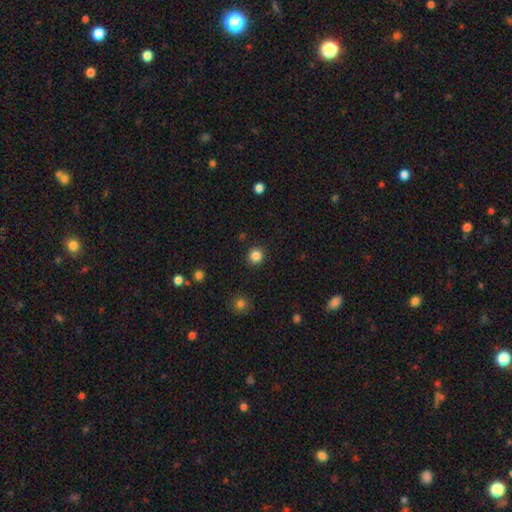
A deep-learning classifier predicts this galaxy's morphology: This appears to be a smooth galaxy with no disk features (85%) that is round (94%). Merging: none (92%).